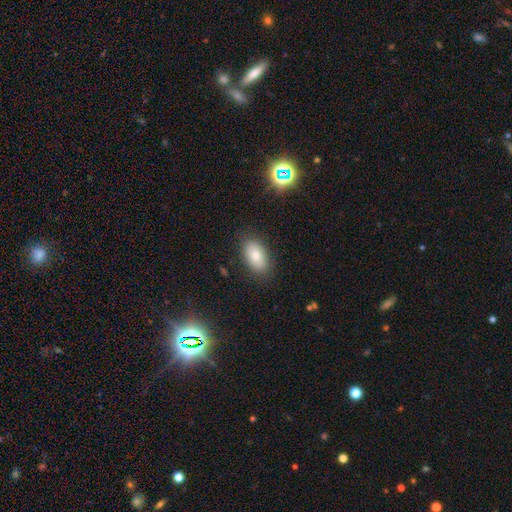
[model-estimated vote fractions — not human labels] A smooth galaxy with no disk features (81%) that is in between round and cigar-shaped (92%).

Vote fractions:
- Smooth or featured? smooth: 81% / featured or disk: 11% / star or artifact: 8%
- How rounded? in between: 92% / round: 5% / cigar-shaped: 2%
- Merging? none: 84% / minor disturbance: 12% / major disturbance: 3% / merger: 1%